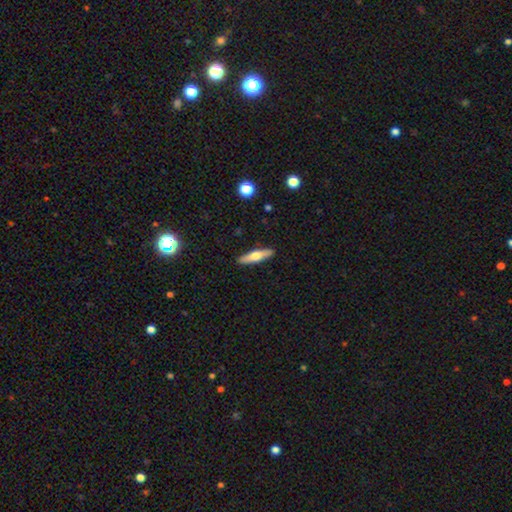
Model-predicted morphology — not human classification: Overall: smooth (50%; featured or disk 44%). Merging: none (90%).